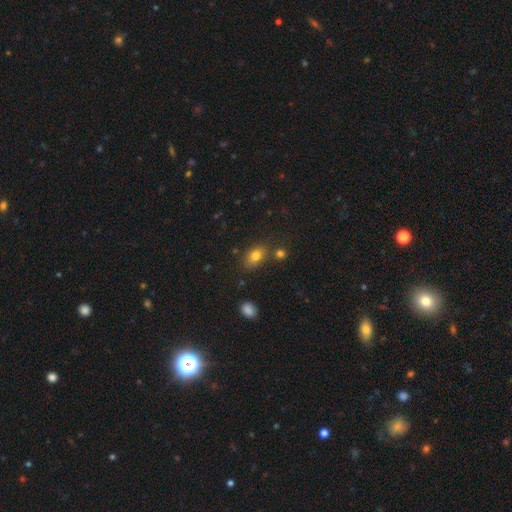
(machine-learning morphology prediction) Smooth or featured? Predicted: smooth (p=0.78). How rounded? Predicted: in between (p=0.77). Merging? Predicted: none (p=0.70).